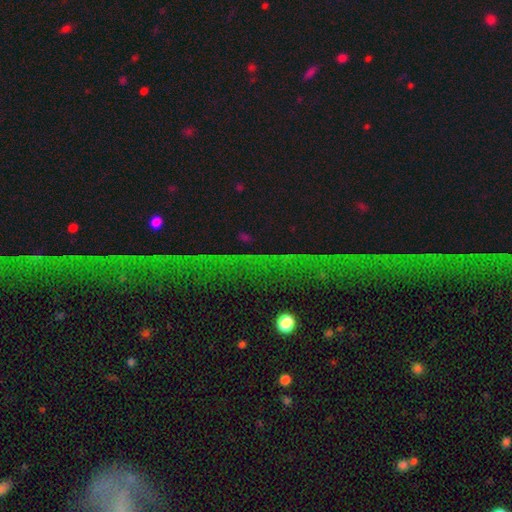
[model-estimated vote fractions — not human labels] Smooth or featured? star or artifact (82%)